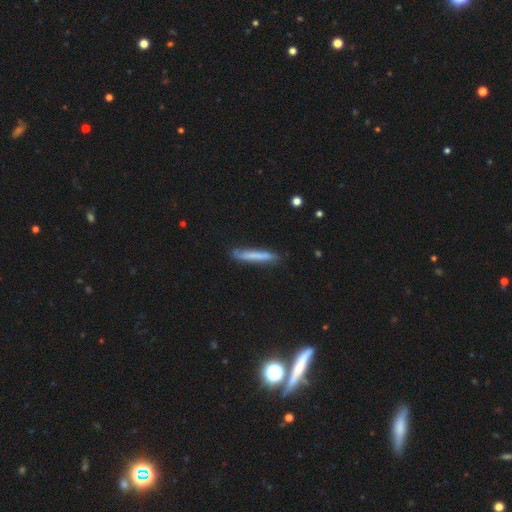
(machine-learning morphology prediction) The model was most divided on "smooth or featured": smooth: 66%, featured or disk: 28%, star or artifact: 6%. More confident: how rounded — cigar-shaped (95%); merging — none (81%).